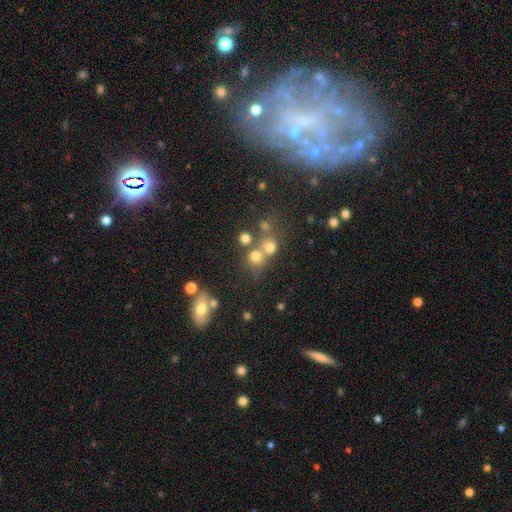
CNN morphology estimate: smooth_or_featured: smooth (p=0.69) [alt: star or artifact p=0.19]
how_rounded: round (p=0.85) [alt: in between p=0.14]
merging: none (p=0.53) [alt: merger p=0.34]